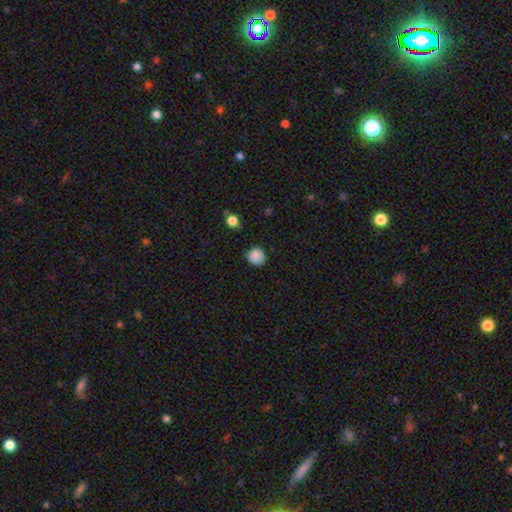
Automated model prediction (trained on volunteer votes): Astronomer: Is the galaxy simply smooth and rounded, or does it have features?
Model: smooth — 86%.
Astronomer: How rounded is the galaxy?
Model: round — 87%.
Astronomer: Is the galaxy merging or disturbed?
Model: none — 77%.